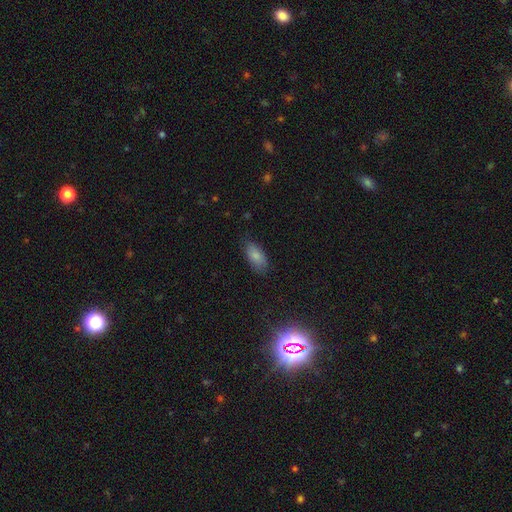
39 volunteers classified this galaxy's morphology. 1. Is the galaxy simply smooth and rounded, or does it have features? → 90% smooth, 5% featured or disk, 5% star or artifact.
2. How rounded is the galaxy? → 80% in between, 14% cigar-shaped, 6% round.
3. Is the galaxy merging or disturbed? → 86% none, 11% minor disturbance, 3% major disturbance, 0% merger.